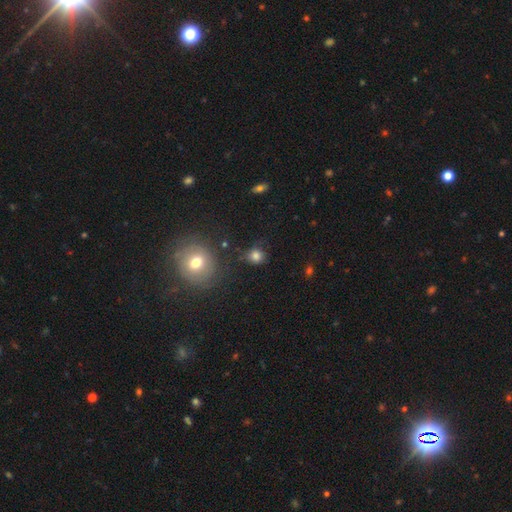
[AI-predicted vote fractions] smooth-or-featured: smooth: 79% | star or artifact: 14% | featured or disk: 7%
  how-rounded: round: 82% | in between: 16% | cigar-shaped: 1%
  merging: none: 71% | minor disturbance: 17% | major disturbance: 7% | merger: 4%